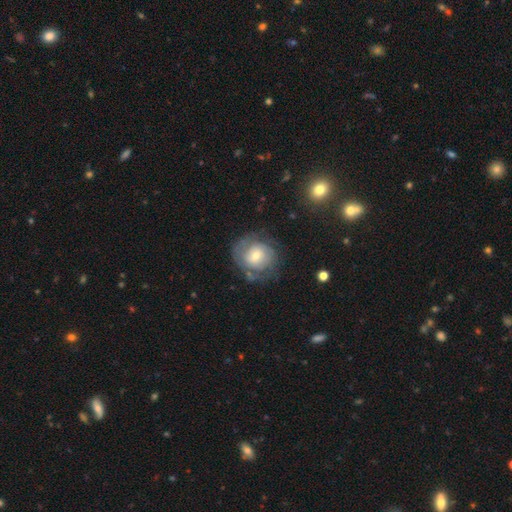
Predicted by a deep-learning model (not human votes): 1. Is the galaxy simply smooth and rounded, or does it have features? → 65% featured or disk, 27% smooth, 8% star or artifact.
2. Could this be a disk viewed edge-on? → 97% no, 3% yes.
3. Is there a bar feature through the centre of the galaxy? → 66% no, 28% weak, 6% strong.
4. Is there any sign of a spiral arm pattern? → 78% yes, 22% no.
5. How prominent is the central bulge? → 47% small, 45% moderate, 5% large, 1% none, 1% dominant.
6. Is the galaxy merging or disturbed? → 65% none, 19% minor disturbance, 13% major disturbance, 3% merger.